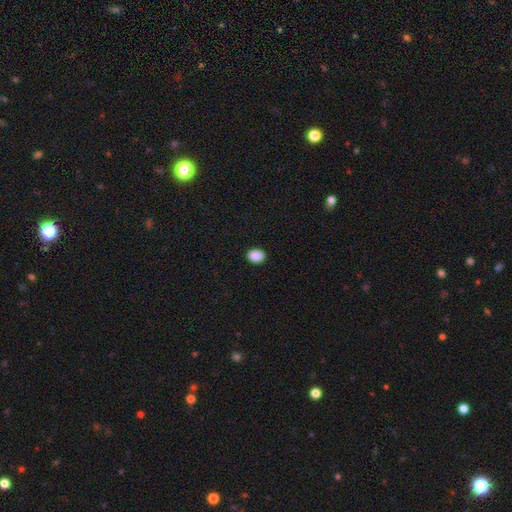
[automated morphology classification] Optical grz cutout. It shows a smooth galaxy with no disk features (90%) that is in between round and cigar-shaped (66%). Merging: none (91%).